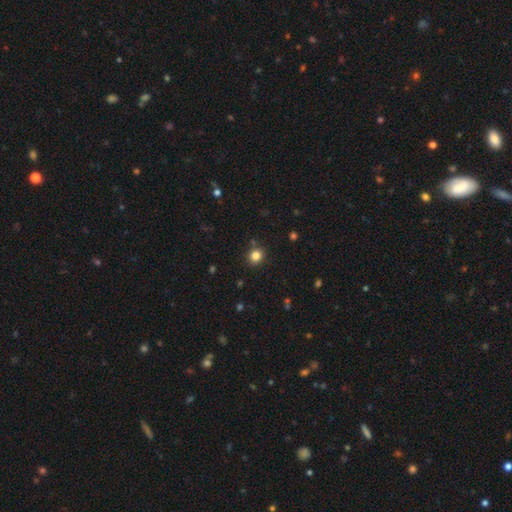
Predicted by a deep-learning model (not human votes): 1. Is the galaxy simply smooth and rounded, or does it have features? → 82% smooth, 13% star or artifact, 5% featured or disk.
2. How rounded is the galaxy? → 87% round, 13% in between, 1% cigar-shaped.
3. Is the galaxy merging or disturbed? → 88% none, 7% minor disturbance, 3% merger, 2% major disturbance.